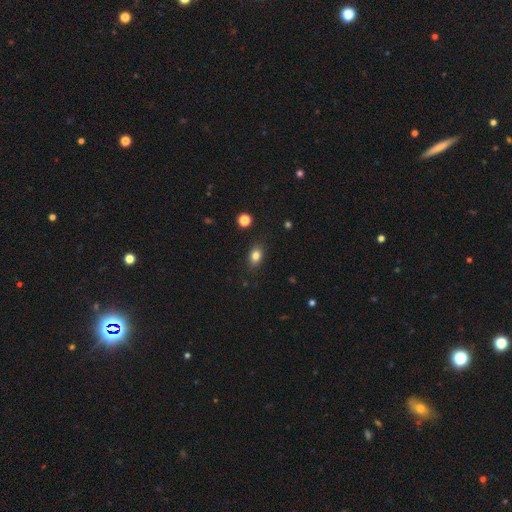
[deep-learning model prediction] Morphology: type=smooth (82%); roundness=in between (78%); merging=none (85%).